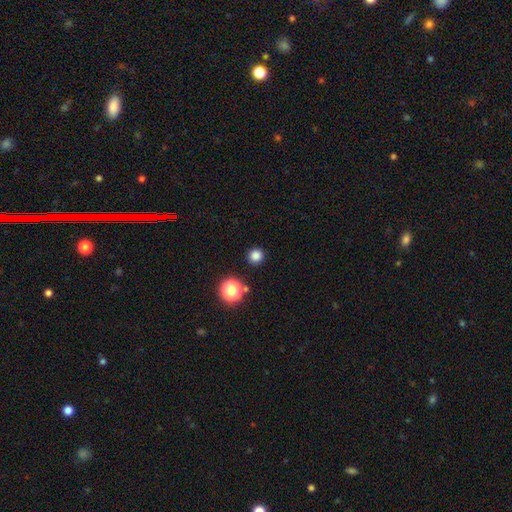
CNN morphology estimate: smooth-or-featured: smooth: 81% | star or artifact: 15% | featured or disk: 4%
  how-rounded: round: 95% | in between: 4% | cigar-shaped: 1%
  merging: none: 91% | minor disturbance: 5% | major disturbance: 2% | merger: 2%